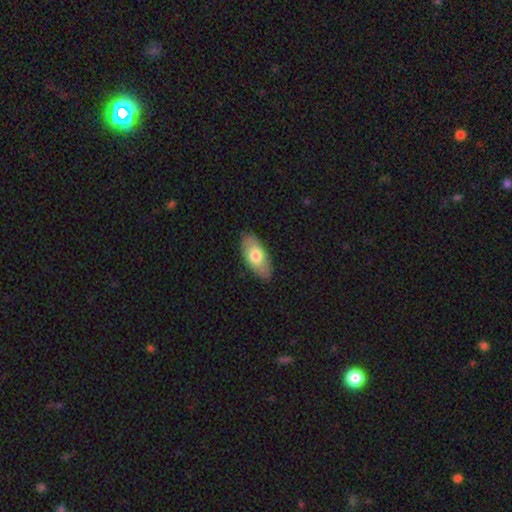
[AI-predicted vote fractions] smooth 72%, featured or disk 23%, star or artifact 5%. Down the decision tree: how rounded — in between (91%); merging — none (86%).